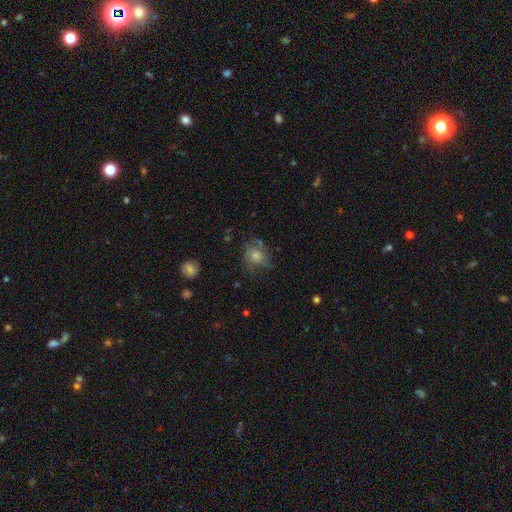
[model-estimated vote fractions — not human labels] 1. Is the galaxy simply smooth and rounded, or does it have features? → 41% smooth, 40% featured or disk, 18% star or artifact.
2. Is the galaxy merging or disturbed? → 62% none, 20% minor disturbance, 15% major disturbance, 3% merger.